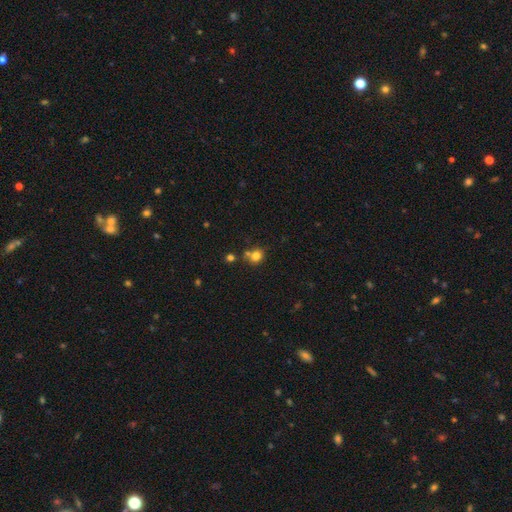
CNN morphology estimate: Smooth or featured? smooth (79%)
How rounded? round (82%)
Merging? none (59%)